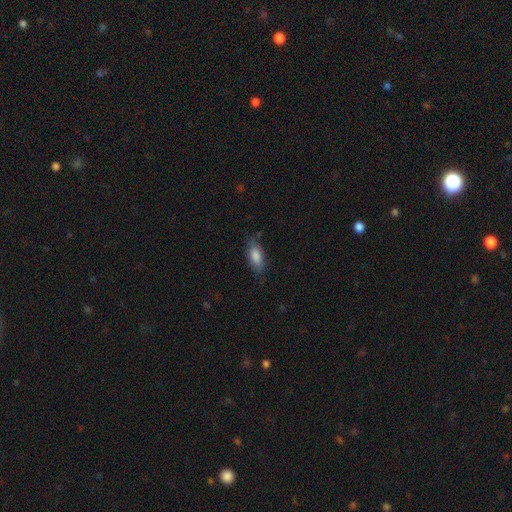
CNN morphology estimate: This is clearly a smooth galaxy (81%). How rounded: likely in between (76%). Merging: likely none (73%).